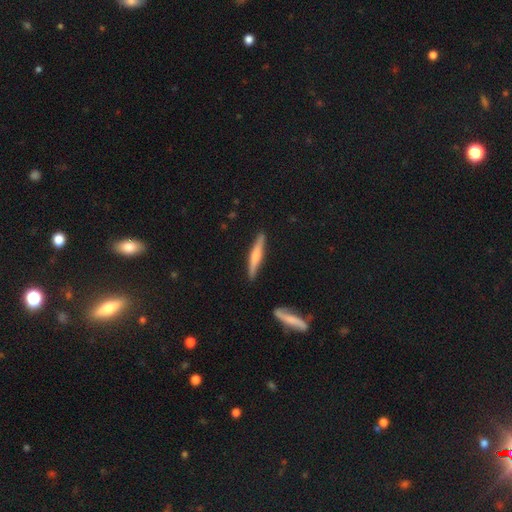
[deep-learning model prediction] Smooth or featured? featured or disk (49%)
Merging? none (88%)